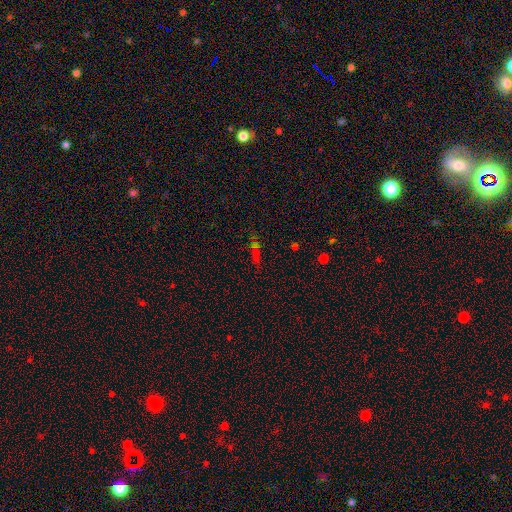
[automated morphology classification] smooth-or-featured: star or artifact: 44% | smooth: 41% | featured or disk: 15%